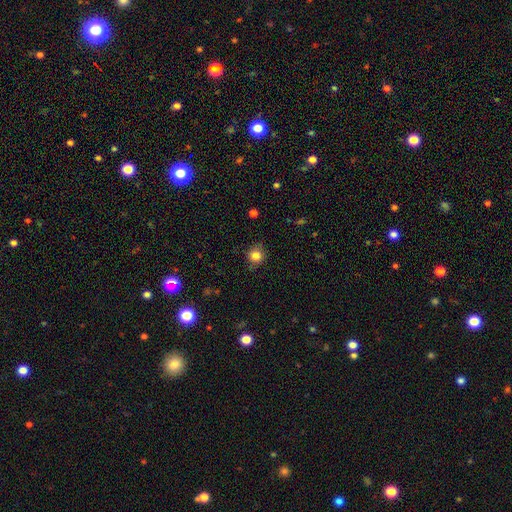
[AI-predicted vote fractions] This is clearly a smooth galaxy (83%). How rounded: clearly round (86%). Merging: likely none (79%).